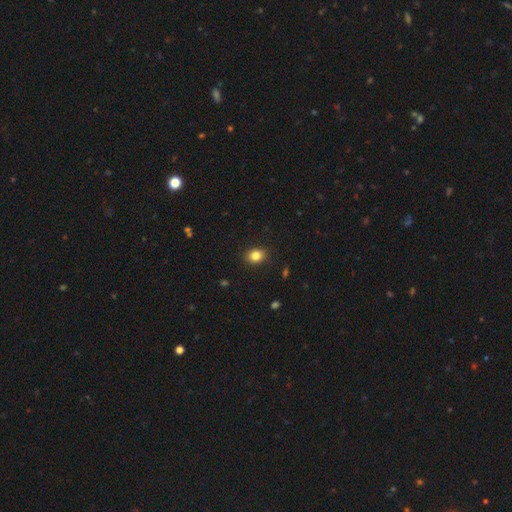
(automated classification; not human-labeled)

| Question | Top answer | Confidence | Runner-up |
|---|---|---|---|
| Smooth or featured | smooth | 84% | star or artifact (10%) |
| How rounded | in between | 53% | round (46%) |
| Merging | none | 89% | minor disturbance (8%) |